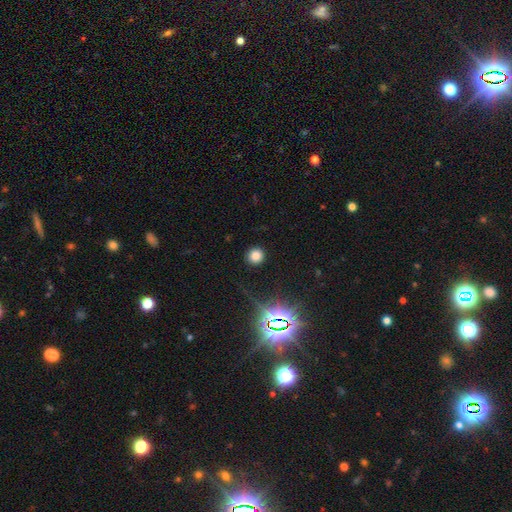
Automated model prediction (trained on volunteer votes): This appears to be a smooth galaxy with no disk features (76%) that is round (92%). Merging: none (91%).